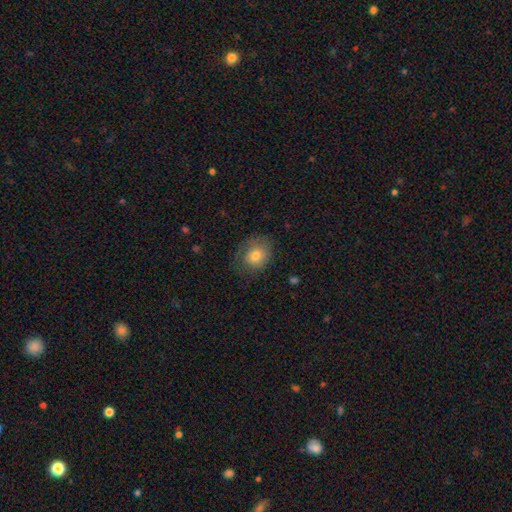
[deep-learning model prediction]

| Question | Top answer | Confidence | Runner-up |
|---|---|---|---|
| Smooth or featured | smooth | 71% | featured or disk (20%) |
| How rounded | round | 62% | in between (37%) |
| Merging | none | 64% | minor disturbance (22%) |